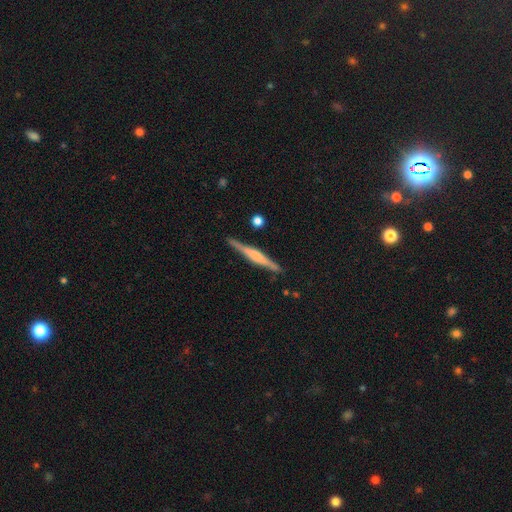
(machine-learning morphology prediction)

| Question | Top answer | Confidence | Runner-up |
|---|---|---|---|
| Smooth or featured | featured or disk | 69% | smooth (25%) |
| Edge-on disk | yes | 98% | no (2%) |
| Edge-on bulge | rounded | 49% | boxy (34%) |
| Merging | none | 88% | minor disturbance (9%) |